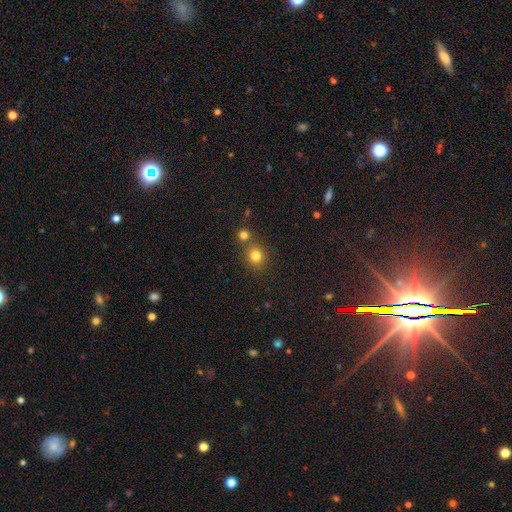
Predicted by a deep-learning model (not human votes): Smooth or featured? smooth (79%)
How rounded? round (84%)
Merging? none (69%)